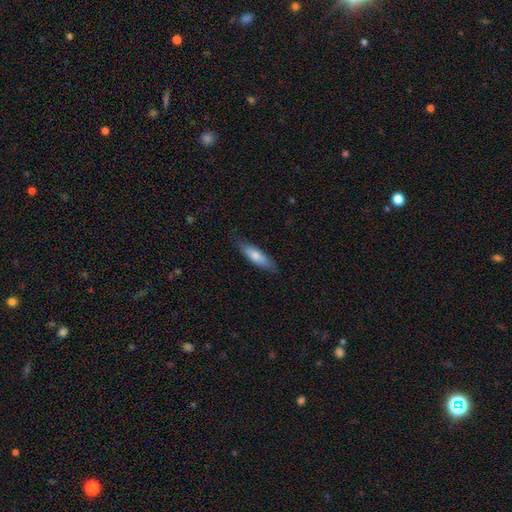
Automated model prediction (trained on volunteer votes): smooth 73%, featured or disk 22%, star or artifact 5%. Down the decision tree: how rounded — cigar-shaped (60%); merging — none (83%).